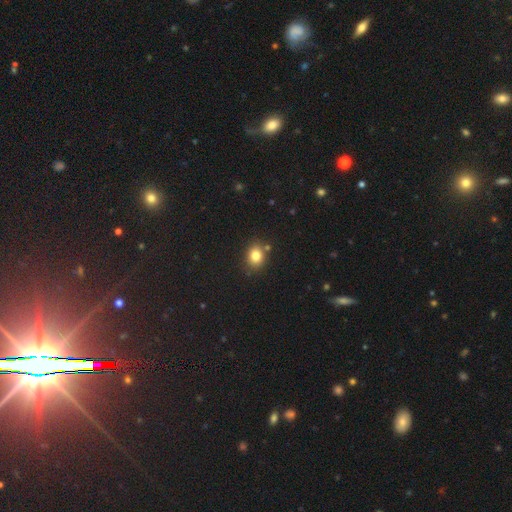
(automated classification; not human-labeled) The model was most divided on "how rounded": round: 59%, in between: 41%, cigar-shaped: 1%. More confident: smooth or featured — smooth (81%); merging — none (80%).